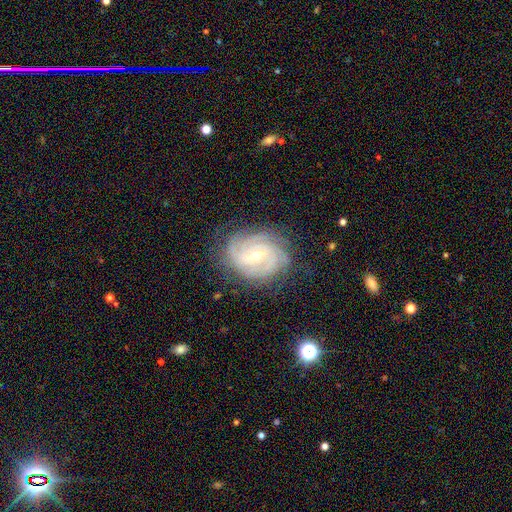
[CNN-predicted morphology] Q: Smooth or featured?
A: featured or disk (86%); runner-up: smooth (8%)
Q: Edge-on disk?
A: no (97%); runner-up: yes (3%)
Q: Bar?
A: weak (50%); runner-up: no (33%)
Q: Spiral arms?
A: yes (96%); runner-up: no (4%)
Q: Spiral winding?
A: tight (69%); runner-up: medium (26%)
Q: Spiral arm count?
A: can't tell (27%); runner-up: 4 (24%)
Q: Bulge size?
A: small (51%); runner-up: moderate (46%)
Q: Merging?
A: none (77%); runner-up: minor disturbance (16%)